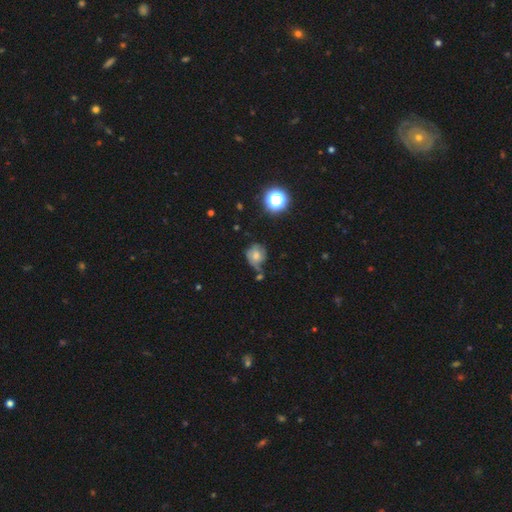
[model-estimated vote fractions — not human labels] Morphology: type=smooth (59%); roundness=round (74%); merging=none (45%).